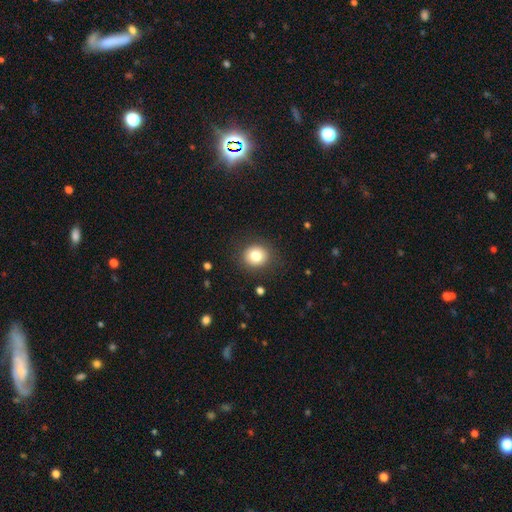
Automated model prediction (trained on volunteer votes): Overall: smooth (81%). How rounded: round (83%). Merging: none (89%).